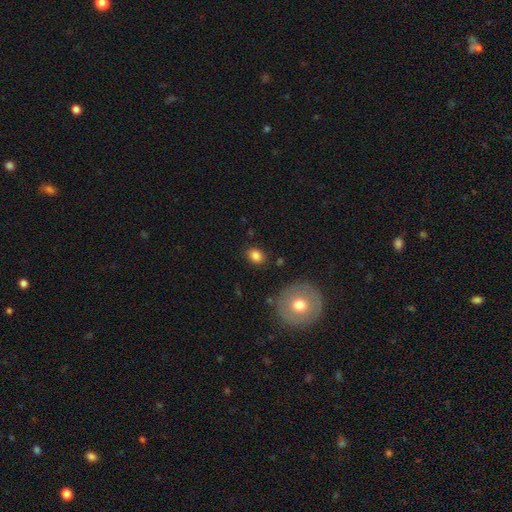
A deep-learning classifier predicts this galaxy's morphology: smooth 84%, star or artifact 10%, featured or disk 7%. Down the decision tree: how rounded — in between (59%); merging — none (84%).